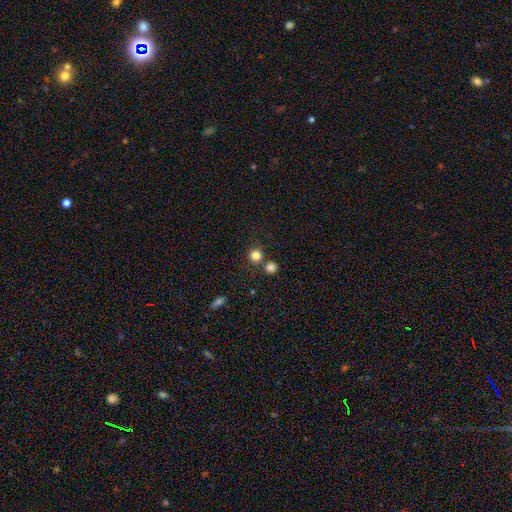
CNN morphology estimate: Smooth or featured: smooth — 82% (star or artifact — 13%)
How rounded: round — 91% (in between — 8%)
Merging: none — 73% (merger — 17%)